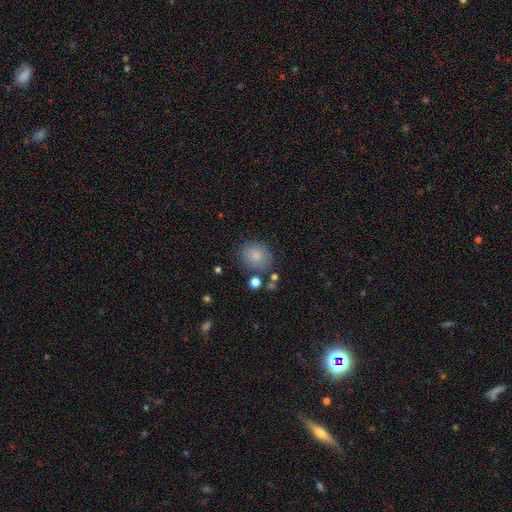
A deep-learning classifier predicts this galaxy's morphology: Smooth or featured: smooth — 83% (star or artifact — 9%)
How rounded: round — 63% (in between — 36%)
Merging: none — 77% (minor disturbance — 14%)